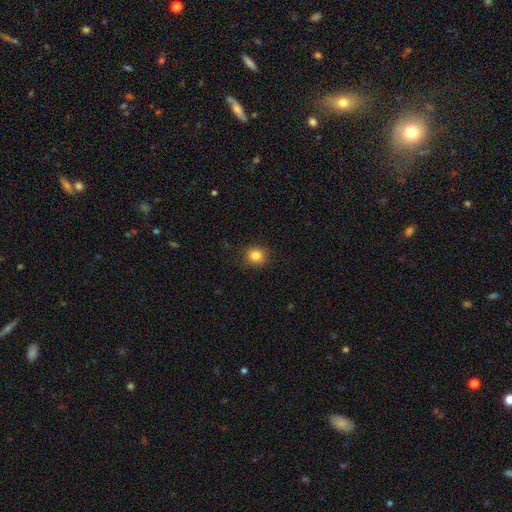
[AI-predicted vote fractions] Smooth or featured? smooth (83%)
How rounded? round (79%)
Merging? none (87%)